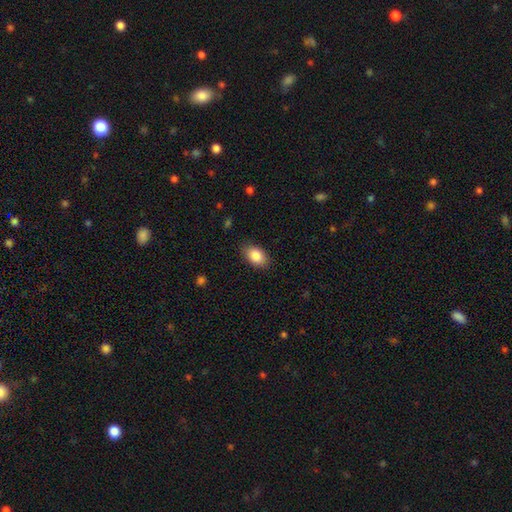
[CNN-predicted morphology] Q: Smooth or featured?
A: smooth (86%); runner-up: star or artifact (7%)
Q: How rounded?
A: in between (89%); runner-up: round (10%)
Q: Merging?
A: none (86%); runner-up: minor disturbance (11%)